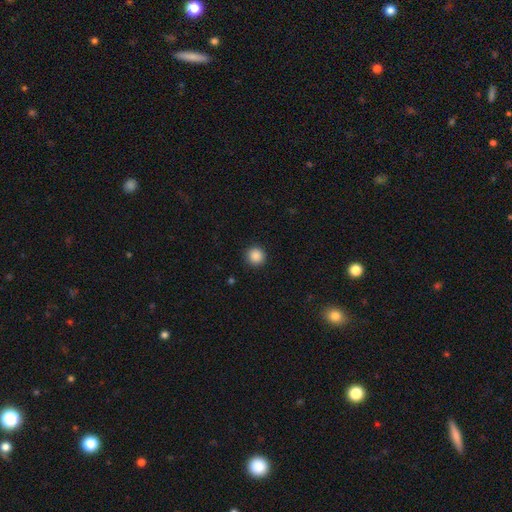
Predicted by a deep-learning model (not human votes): Smooth or featured: smooth — 88% (star or artifact — 10%)
How rounded: round — 95% (in between — 4%)
Merging: none — 92% (minor disturbance — 5%)